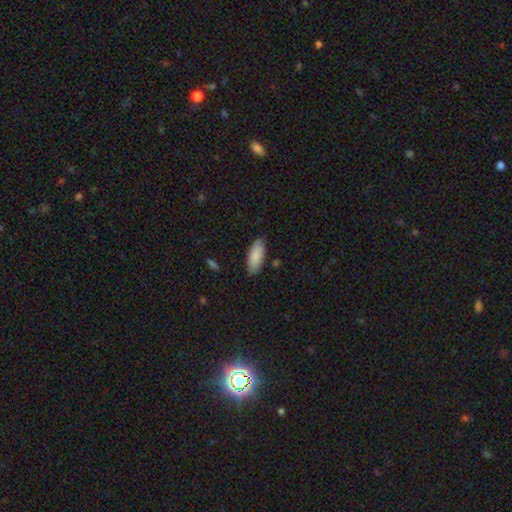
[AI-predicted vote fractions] Smooth or featured: smooth — 85% (featured or disk — 9%)
How rounded: in between — 85% (cigar-shaped — 14%)
Merging: none — 82% (minor disturbance — 14%)